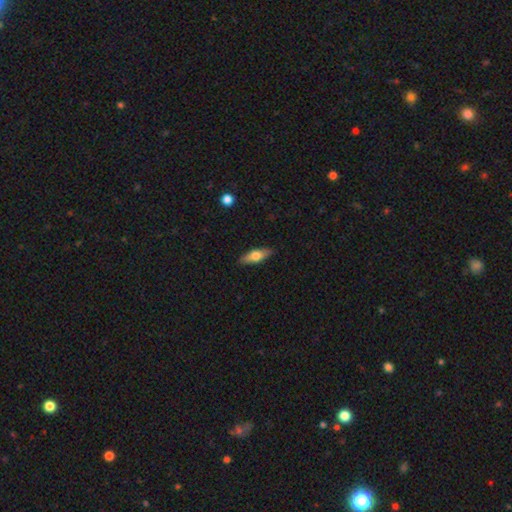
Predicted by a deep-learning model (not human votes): smooth 58%, featured or disk 35%, star or artifact 6%. Down the decision tree: how rounded — in between (55%); merging — none (88%).